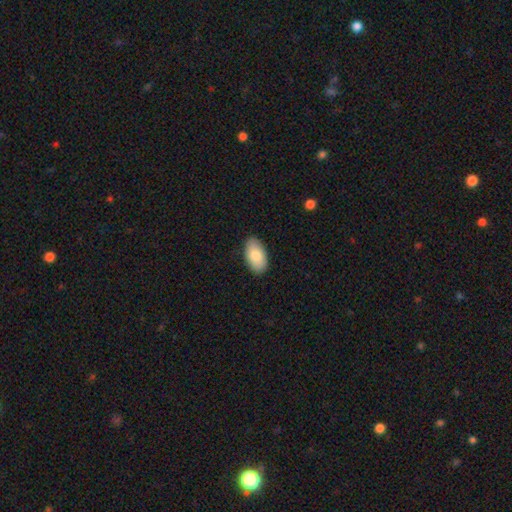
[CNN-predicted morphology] Smooth or featured?
  - smooth: 82% *
  - featured or disk: 12%
  - star or artifact: 6%
How rounded?
  - in between: 95% *
  - round: 4%
  - cigar-shaped: 1%
Merging?
  - none: 87% *
  - minor disturbance: 10%
  - major disturbance: 2%
  - merger: 1%